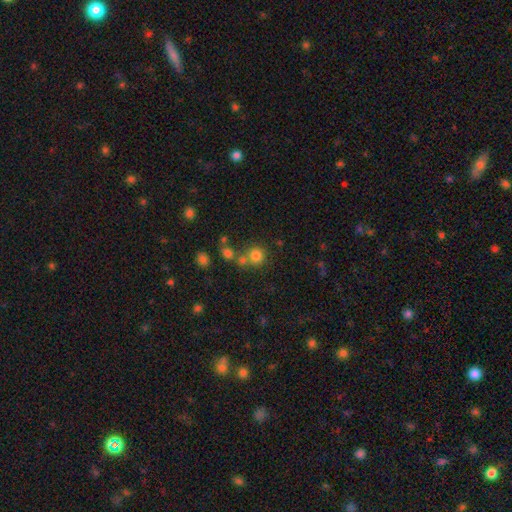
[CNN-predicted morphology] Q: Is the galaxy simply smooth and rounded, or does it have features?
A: smooth — 78%.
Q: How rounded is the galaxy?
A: round — 91%.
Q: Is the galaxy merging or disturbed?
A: none — 64%.